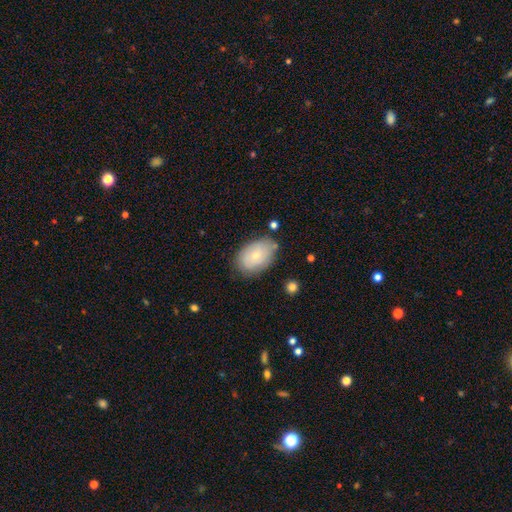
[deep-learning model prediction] This is likely a smooth galaxy (70%). How rounded: clearly in between (88%). Merging: likely none (73%).